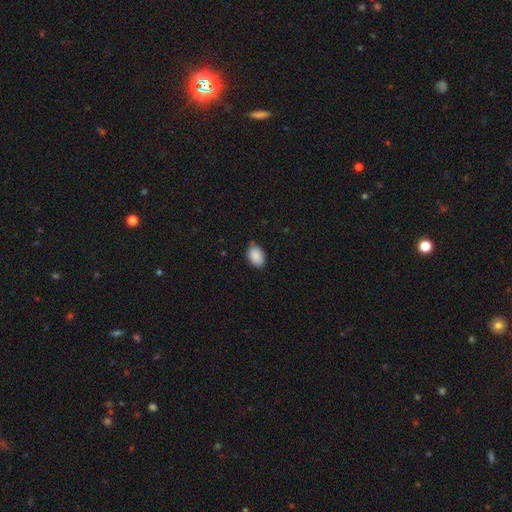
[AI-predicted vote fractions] This appears to be a smooth galaxy with no disk features (89%) that is in between round and cigar-shaped (86%). Merging: none (80%).